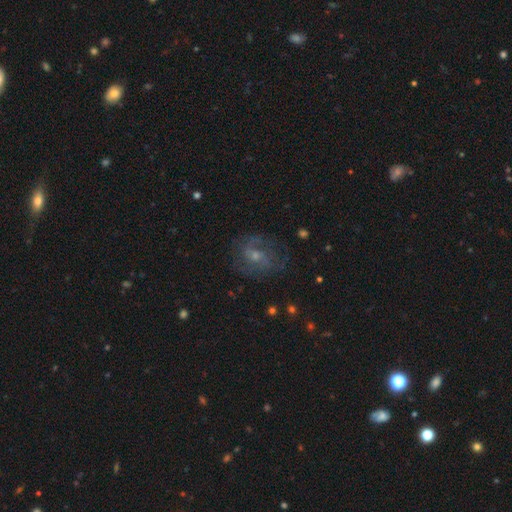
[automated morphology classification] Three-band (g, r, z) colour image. It shows a featured or disk galaxy (70%) with no bar (47%), 2 (66%) medium (50%) spiral arms (86%) and a small central bulge (53%). Merging: none (67%).